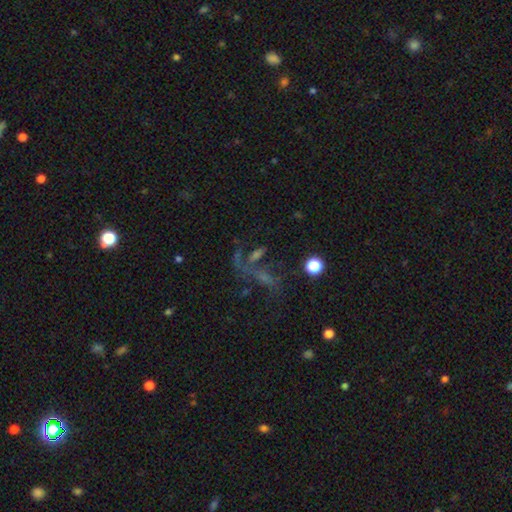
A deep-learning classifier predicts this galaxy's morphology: A featured or disk galaxy (36%, tied with star or artifact).

Vote fractions:
- Smooth or featured? featured or disk: 36% (tied) / star or artifact: 36% (tied) / smooth: 28%
- Merging? none: 37% / merger: 25% / major disturbance: 24% / minor disturbance: 14%